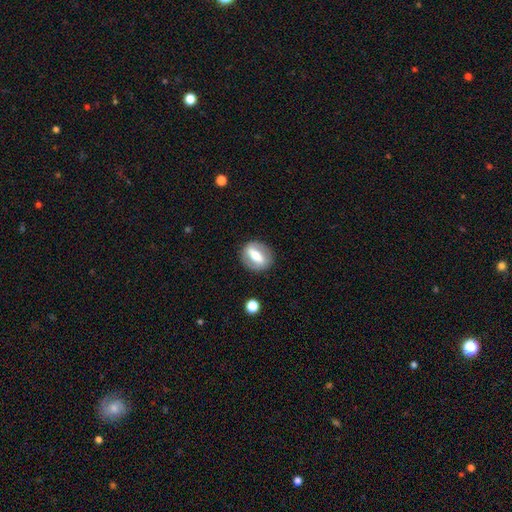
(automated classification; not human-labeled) Smooth or featured? featured or disk (49%)
Merging? none (84%)